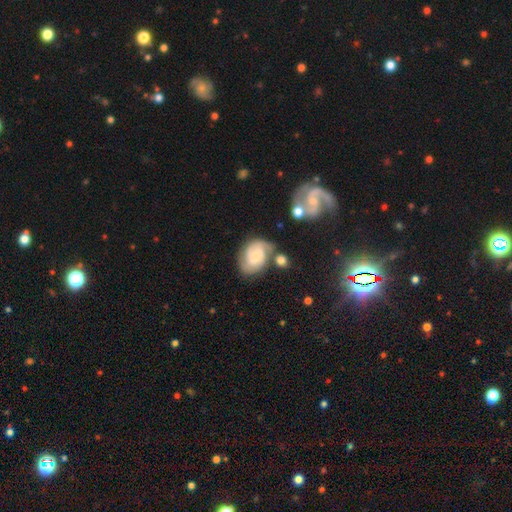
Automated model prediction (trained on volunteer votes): Smooth or featured?
  - featured or disk: 64% *
  - smooth: 29%
  - star or artifact: 7%
Edge-on disk?
  - no: 97% *
  - yes: 3%
Bar?
  - no: 49% *
  - weak: 43%
  - strong: 8%
Spiral arms?
  - yes: 90% *
  - no: 10%
Spiral winding?
  - tight: 45% *
  - medium: 41%
  - loose: 13%
Spiral arm count?
  - 2: 55% *
  - can't tell: 22%
  - 3: 13%
  - 1: 5%
  - 4: 3%
  - more than 4: 2%
Bulge size?
  - small: 57% *
  - moderate: 25%
  - none: 13%
  - large: 4%
  - dominant: 1%
Merging?
  - none: 52% *
  - minor disturbance: 22%
  - merger: 15%
  - major disturbance: 10%